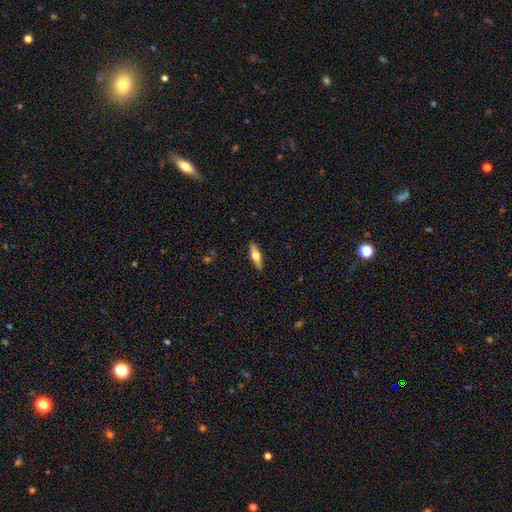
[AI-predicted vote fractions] A smooth galaxy with no disk features (57%) that is in between round and cigar-shaped (50%).

Vote fractions:
- Smooth or featured? smooth: 57% / featured or disk: 37% / star or artifact: 6%
- How rounded? in between: 50% / cigar-shaped: 48% / round: 3%
- Merging? none: 89% / minor disturbance: 9% / major disturbance: 2% / merger: 1%